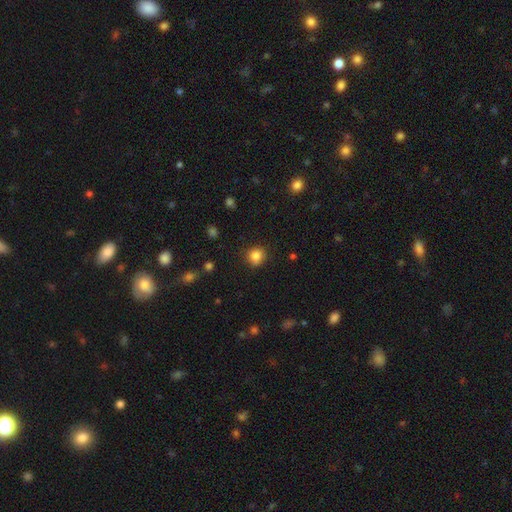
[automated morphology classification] A smooth galaxy with no disk features (84%) that is round (83%).

Vote fractions:
- Smooth or featured? smooth: 84% / star or artifact: 11% / featured or disk: 5%
- How rounded? round: 83% / in between: 16% / cigar-shaped: 1%
- Merging? none: 85% / minor disturbance: 11% / major disturbance: 3% / merger: 1%